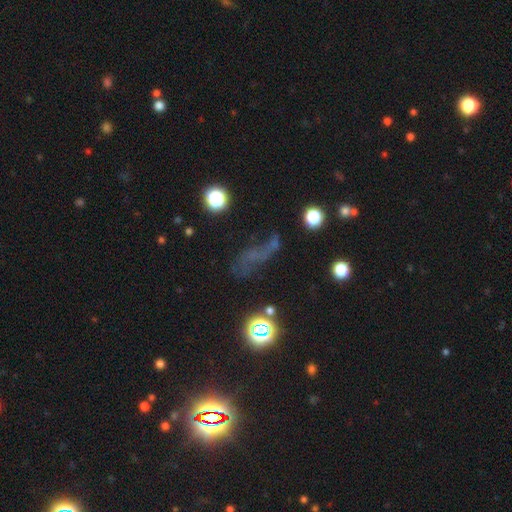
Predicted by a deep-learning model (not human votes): smooth_or_featured: smooth (p=0.35) [alt: star or artifact p=0.34]
merging: none (p=0.47) [alt: major disturbance p=0.25]